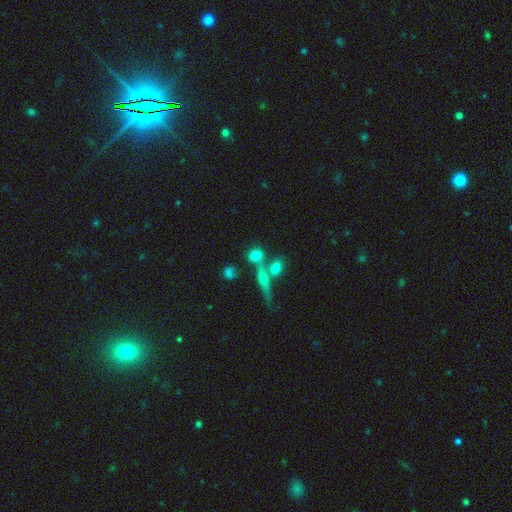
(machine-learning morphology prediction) Smooth or featured?
  - smooth: 70% *
  - featured or disk: 18%
  - star or artifact: 12%
How rounded?
  - round: 52% *
  - in between: 38%
  - cigar-shaped: 10%
Merging?
  - none: 54% *
  - merger: 30%
  - minor disturbance: 12%
  - major disturbance: 5%